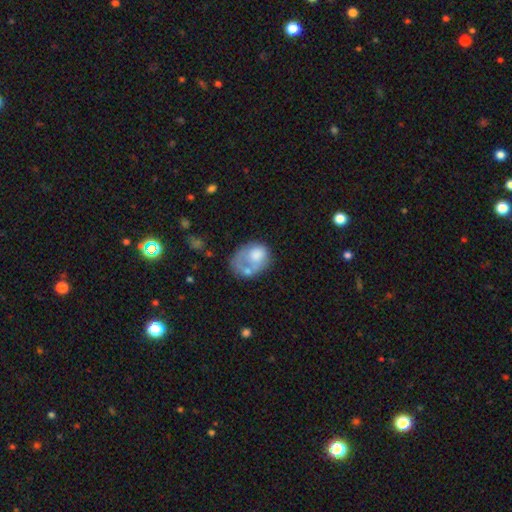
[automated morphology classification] type=smooth (58%); roundness=in between (60%); merging=none (33%).